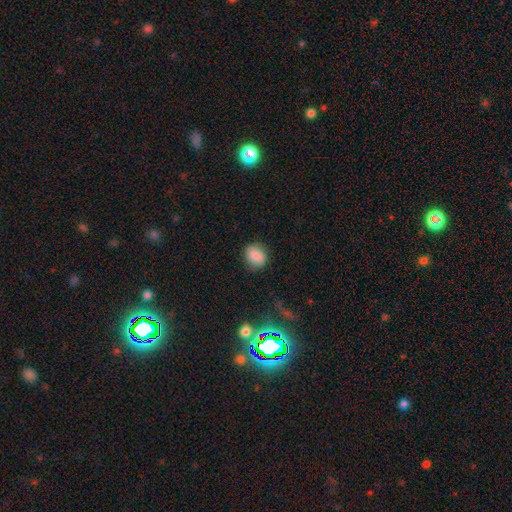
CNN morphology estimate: Smooth or featured? Predicted: smooth (p=0.83). How rounded? Predicted: round (p=0.65). Merging? Predicted: none (p=0.81).